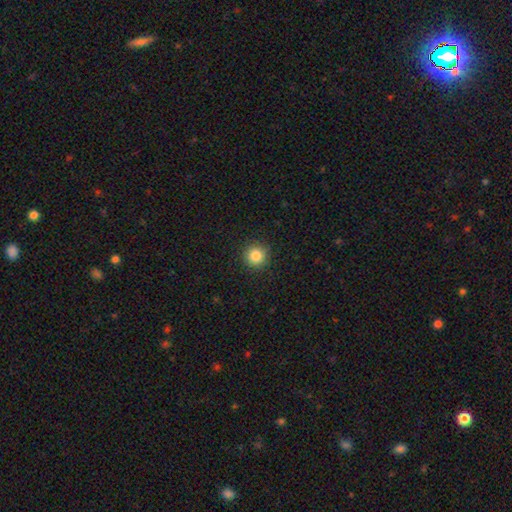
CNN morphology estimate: smooth_or_featured: smooth (p=0.84) [alt: star or artifact p=0.11]
how_rounded: round (p=0.95) [alt: in between p=0.04]
merging: none (p=0.91) [alt: minor disturbance p=0.06]